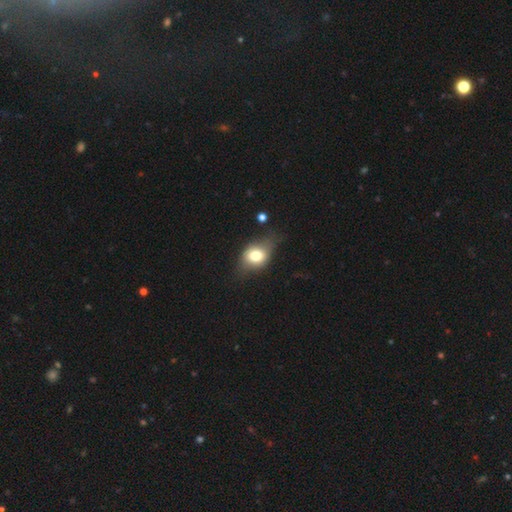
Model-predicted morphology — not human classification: This appears to be a smooth galaxy with no disk features (67%) that is in between round and cigar-shaped (64%). Merging: none (56%).